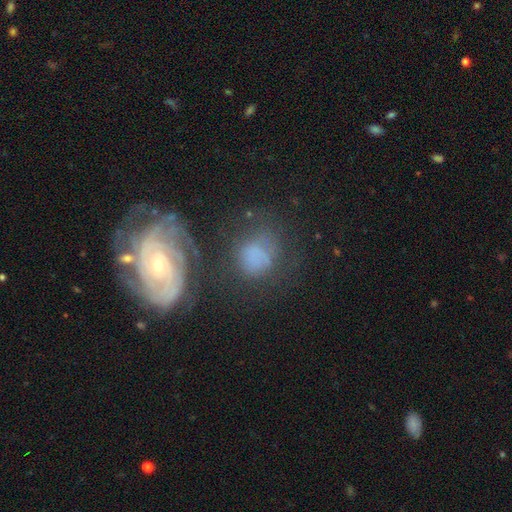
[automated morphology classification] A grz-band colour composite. It shows a smooth galaxy with no disk features (49%). Merging: none (53%).